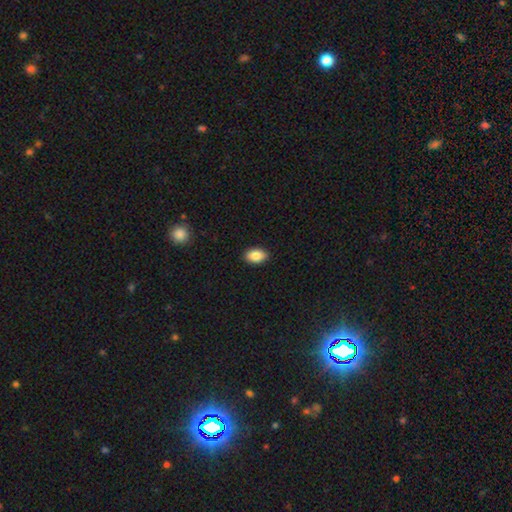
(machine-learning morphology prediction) A smooth galaxy with no disk features (87%) that is in between round and cigar-shaped (90%).

Vote fractions:
- Smooth or featured? smooth: 87% / star or artifact: 7% / featured or disk: 6%
- How rounded? in between: 90% / round: 8% / cigar-shaped: 1%
- Merging? none: 90% / minor disturbance: 7% / major disturbance: 2% / merger: 1%